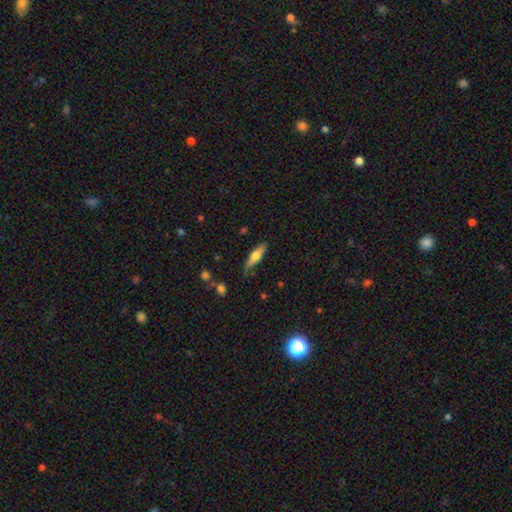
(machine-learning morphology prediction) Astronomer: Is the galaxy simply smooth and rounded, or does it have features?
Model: smooth — 60%.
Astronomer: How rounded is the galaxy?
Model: cigar-shaped — 66%.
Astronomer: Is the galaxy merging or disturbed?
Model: none — 75%.